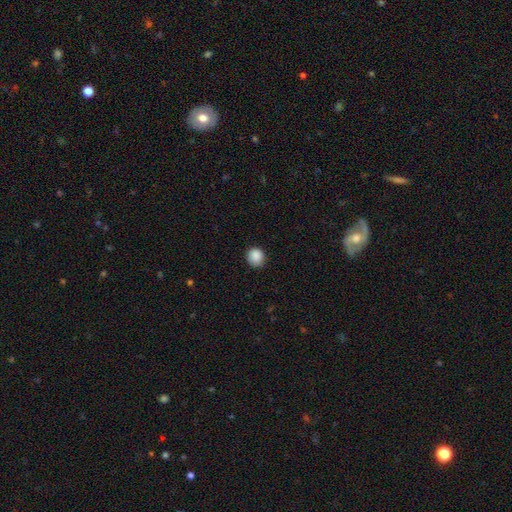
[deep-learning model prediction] A smooth galaxy with no disk features (88%) that is round (85%).

Vote fractions:
- Smooth or featured? smooth: 88% / star or artifact: 9% / featured or disk: 3%
- How rounded? round: 85% / in between: 14% / cigar-shaped: 1%
- Merging? none: 87% / minor disturbance: 10% / major disturbance: 2% / merger: 1%